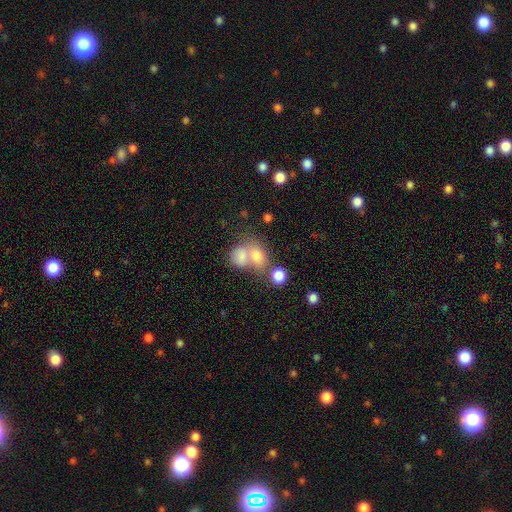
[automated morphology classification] smooth_or_featured: smooth (p=0.73) [alt: featured or disk p=0.15]
how_rounded: in between (p=0.60) [alt: round p=0.38]
merging: merger (p=0.58) [alt: none p=0.28]